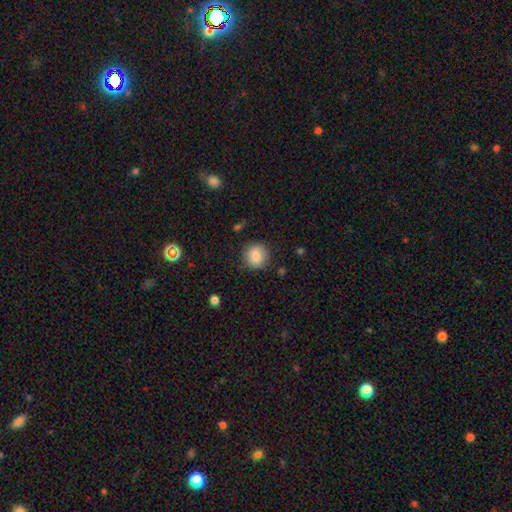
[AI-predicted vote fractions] Q: Smooth or featured?
A: smooth (85%); runner-up: star or artifact (9%)
Q: How rounded?
A: round (89%); runner-up: in between (10%)
Q: Merging?
A: none (87%); runner-up: minor disturbance (9%)